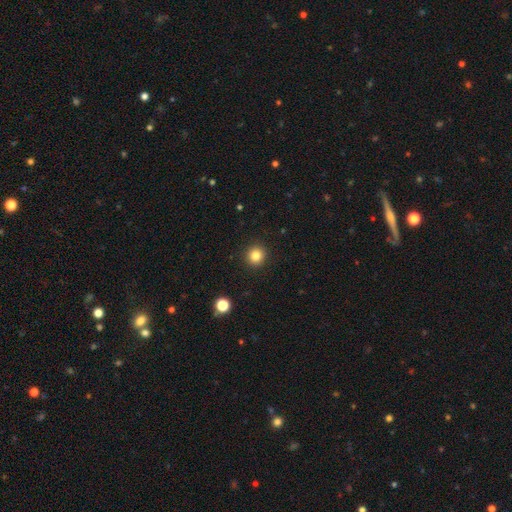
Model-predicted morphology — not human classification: smooth 83%, star or artifact 12%, featured or disk 5%. Down the decision tree: how rounded — round (94%); merging — none (92%).